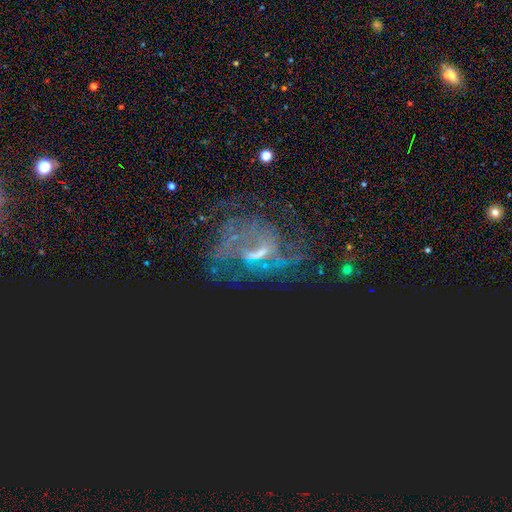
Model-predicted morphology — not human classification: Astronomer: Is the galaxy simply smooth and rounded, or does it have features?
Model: featured or disk — 59%.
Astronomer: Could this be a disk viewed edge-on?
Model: no — 94%.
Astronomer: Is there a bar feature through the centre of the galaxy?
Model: weak — 40%, tied with no at 40%.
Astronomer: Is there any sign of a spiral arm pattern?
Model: yes — 53% (runner-up: no, 47%).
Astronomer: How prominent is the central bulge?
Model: small — 40% (runner-up: moderate, 30%).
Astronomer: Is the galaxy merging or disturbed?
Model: none — 42% (runner-up: major disturbance, 35%).